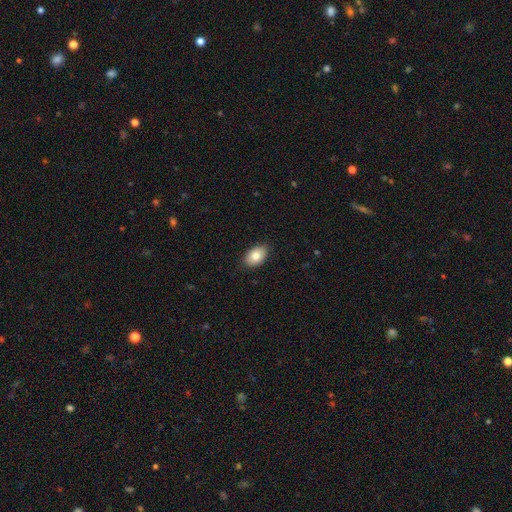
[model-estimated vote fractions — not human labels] Morphology: type=smooth (83%); roundness=in between (89%); merging=none (88%).